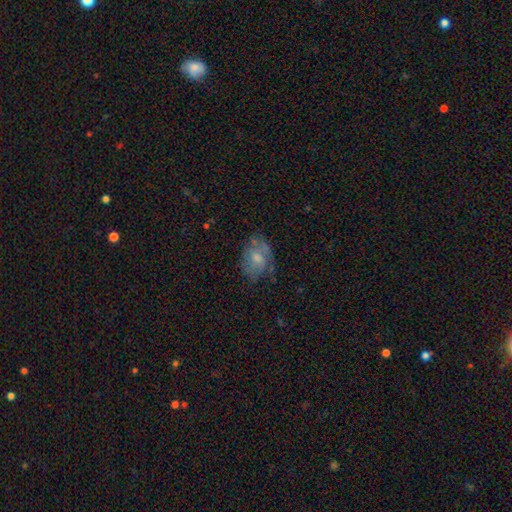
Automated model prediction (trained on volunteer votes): Smooth or featured? featured or disk (49%)
Merging? none (73%)